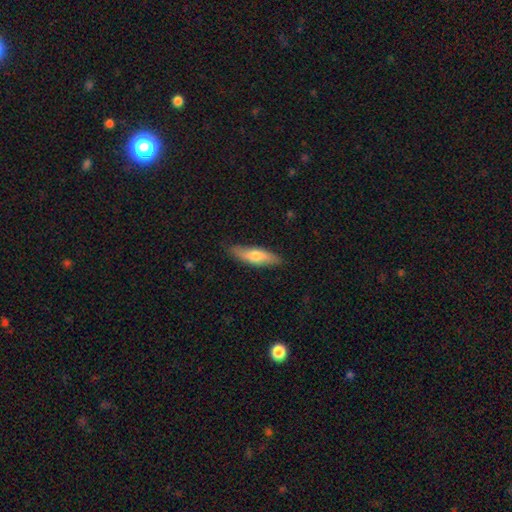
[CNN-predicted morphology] Smooth or featured?
  - smooth: 65% *
  - featured or disk: 30%
  - star or artifact: 5%
How rounded?
  - cigar-shaped: 61% *
  - in between: 37%
  - round: 2%
Merging?
  - none: 84% *
  - minor disturbance: 13%
  - major disturbance: 2%
  - merger: 1%